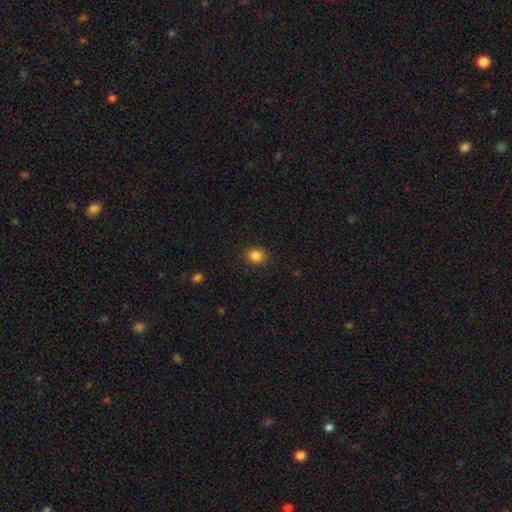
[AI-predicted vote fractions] smooth 85%, star or artifact 11%, featured or disk 4%. Down the decision tree: how rounded — round (61%); merging — none (88%).